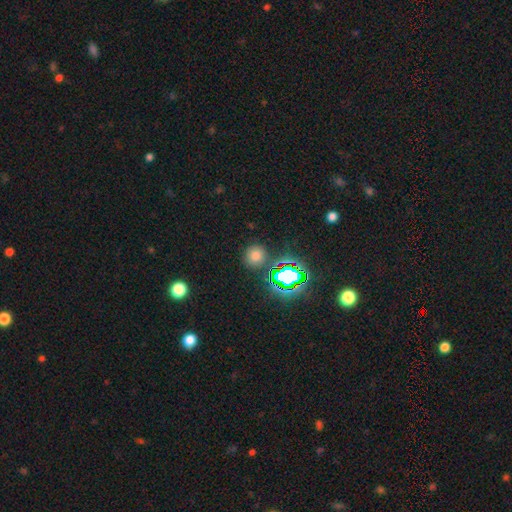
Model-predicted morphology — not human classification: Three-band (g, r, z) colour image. It shows a smooth galaxy with no disk features (65%) that is round (89%). Merging: none (83%).